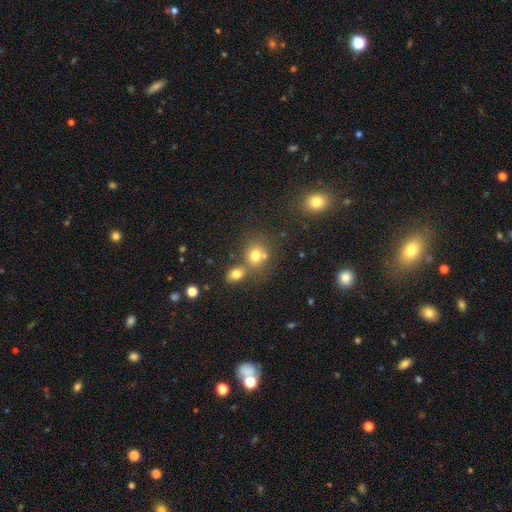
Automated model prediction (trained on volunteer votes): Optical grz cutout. It shows a smooth galaxy with no disk features (73%) that is round (77%). Merging: none (50%).